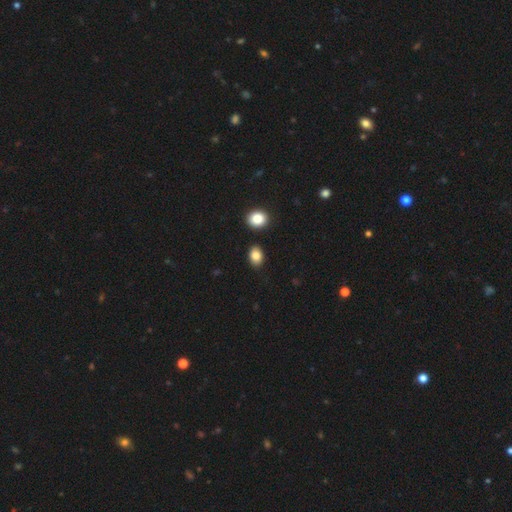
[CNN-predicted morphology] The model was most divided on "how rounded": in between: 74%, round: 24%, cigar-shaped: 1%. More confident: smooth or featured — smooth (85%); merging — none (83%).